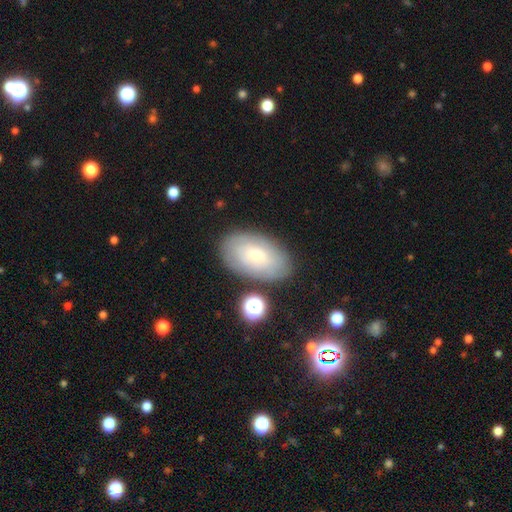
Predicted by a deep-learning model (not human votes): smooth 58%, featured or disk 33%, star or artifact 8%. Down the decision tree: how rounded — in between (92%); merging — none (79%).